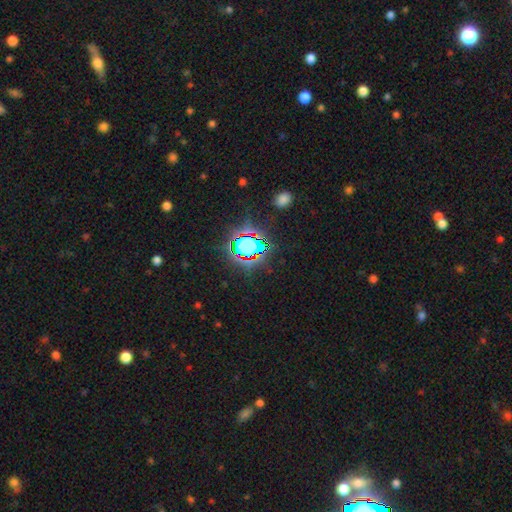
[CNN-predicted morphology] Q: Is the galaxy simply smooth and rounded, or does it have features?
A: star or artifact — 73%.